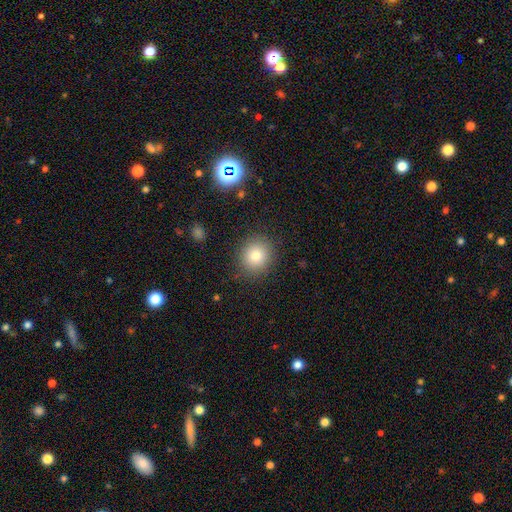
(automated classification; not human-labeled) Q: Smooth or featured?
A: smooth (80%); runner-up: star or artifact (11%)
Q: How rounded?
A: round (86%); runner-up: in between (13%)
Q: Merging?
A: none (87%); runner-up: minor disturbance (8%)